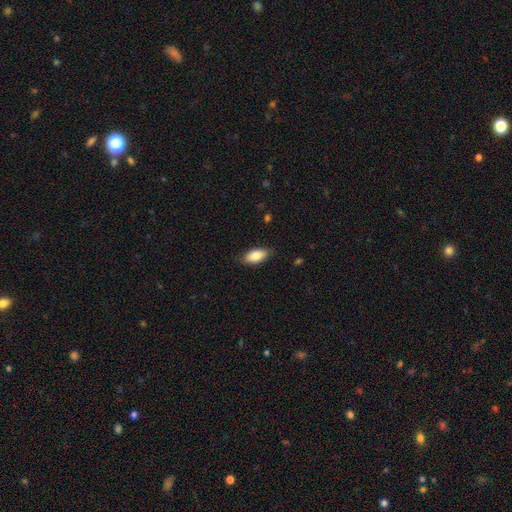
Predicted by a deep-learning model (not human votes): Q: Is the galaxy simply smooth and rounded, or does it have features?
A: smooth — 84%.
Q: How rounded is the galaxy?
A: in between — 91%.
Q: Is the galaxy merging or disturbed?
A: none — 83%.